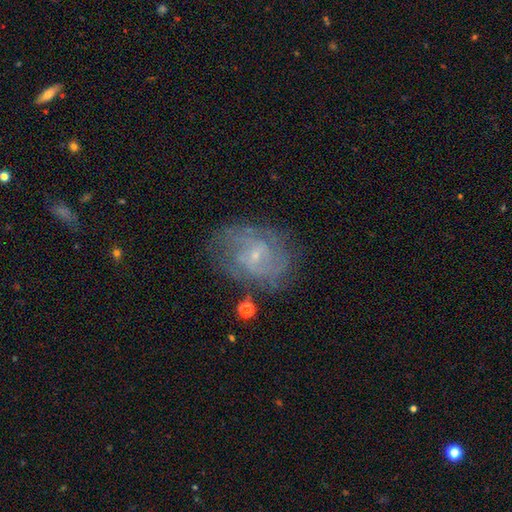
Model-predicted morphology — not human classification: Smooth or featured: featured or disk — 76% (smooth — 15%)
Edge-on disk: no — 97% (yes — 3%)
Bar: no — 47% (weak — 44%)
Spiral arms: yes — 86% (no — 14%)
Spiral winding: tight — 50% (medium — 37%)
Spiral arm count: can't tell — 41% (2 — 30%)
Bulge size: small — 79% (moderate — 14%)
Merging: none — 69% (minor disturbance — 19%)